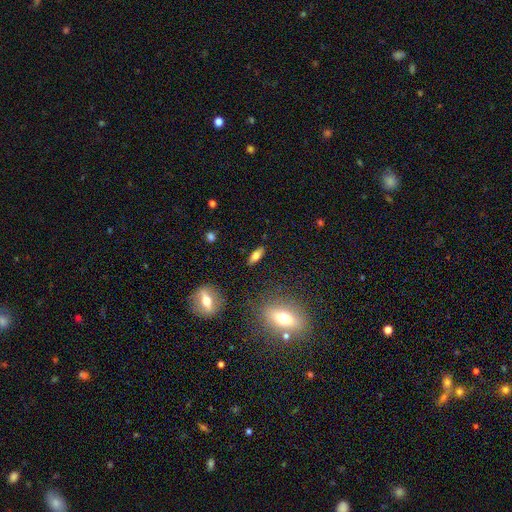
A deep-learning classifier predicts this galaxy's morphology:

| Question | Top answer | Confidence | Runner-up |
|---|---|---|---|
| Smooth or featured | smooth | 56% | featured or disk (34%) |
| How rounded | in between | 56% | cigar-shaped (39%) |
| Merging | none | 87% | minor disturbance (9%) |